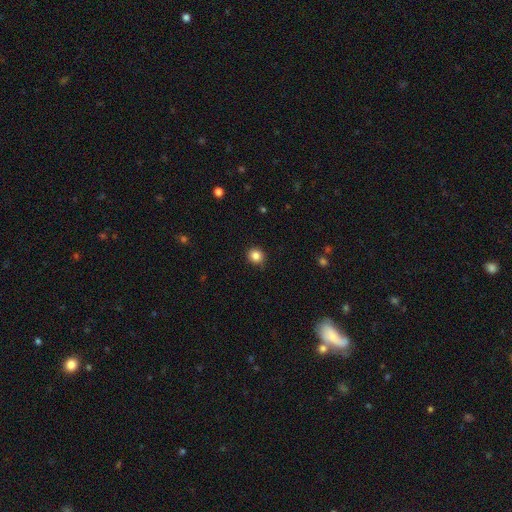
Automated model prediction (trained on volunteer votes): A smooth galaxy with no disk features (85%) that is round (88%).

Vote fractions:
- Smooth or featured? smooth: 85% / star or artifact: 11% / featured or disk: 4%
- How rounded? round: 88% / in between: 11% / cigar-shaped: 1%
- Merging? none: 87% / minor disturbance: 10% / major disturbance: 2% / merger: 1%